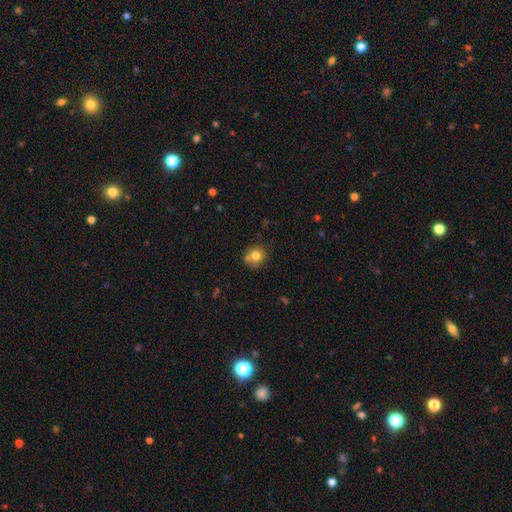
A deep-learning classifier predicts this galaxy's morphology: Smooth or featured? smooth (76%)
How rounded? round (81%)
Merging? none (62%)